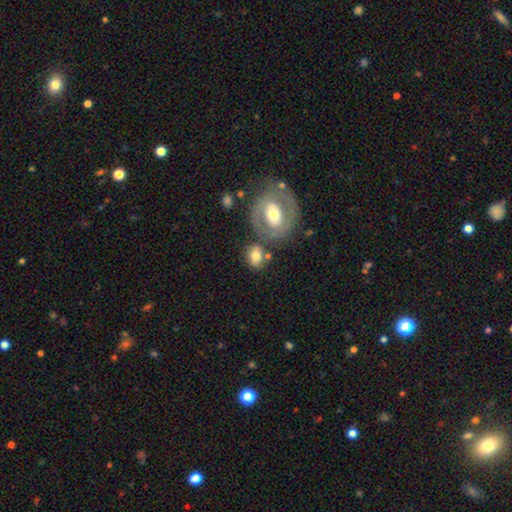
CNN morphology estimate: Q: Smooth or featured?
A: smooth (67%); runner-up: featured or disk (26%)
Q: How rounded?
A: in between (63%); runner-up: round (35%)
Q: Merging?
A: none (60%); runner-up: merger (18%)